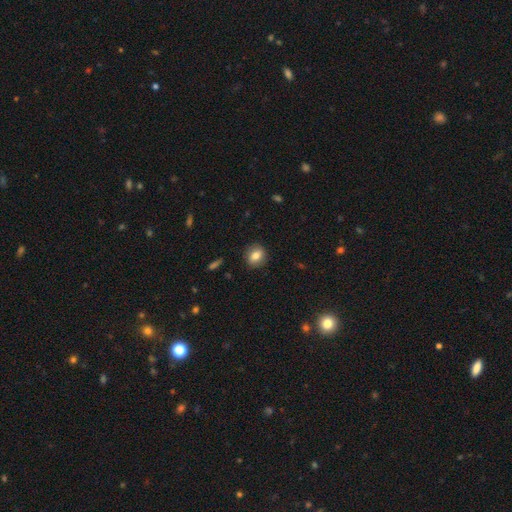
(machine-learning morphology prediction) A smooth galaxy with no disk features (80%) that is round (69%).

Vote fractions:
- Smooth or featured? smooth: 80% / featured or disk: 11% / star or artifact: 9%
- How rounded? round: 69% / in between: 30% / cigar-shaped: 1%
- Merging? none: 89% / minor disturbance: 8% / major disturbance: 2% / merger: 1%